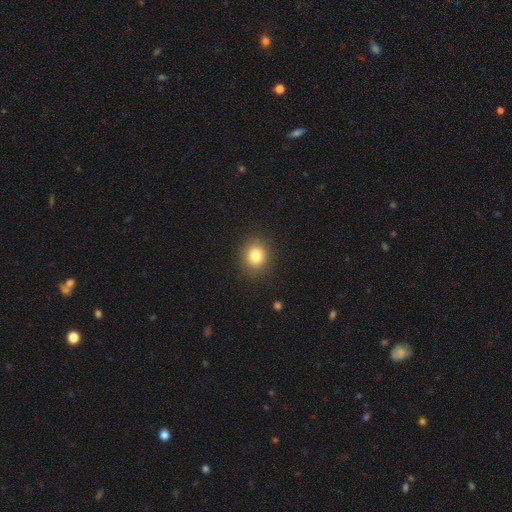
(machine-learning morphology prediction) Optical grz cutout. It shows a smooth galaxy with no disk features (81%) that is round (79%). Merging: none (89%).